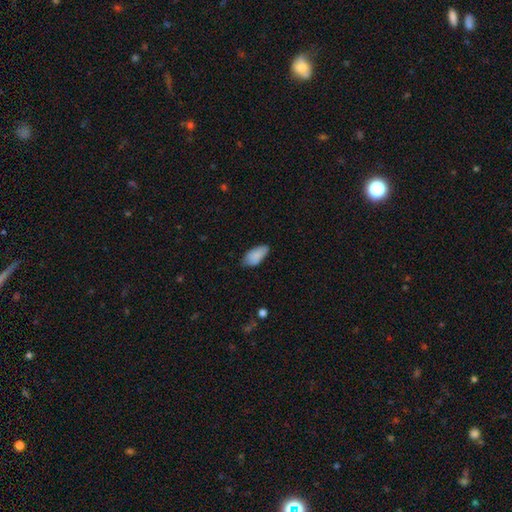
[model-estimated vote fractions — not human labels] Smooth or featured? Predicted: smooth (p=0.88). How rounded? Predicted: in between (p=0.93). Merging? Predicted: none (p=0.67).